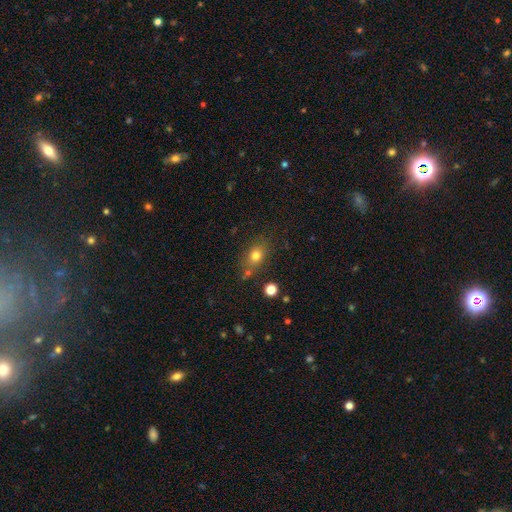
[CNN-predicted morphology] Overall: smooth (77%). How rounded: in between (65%; round 32%). Merging: none (74%).